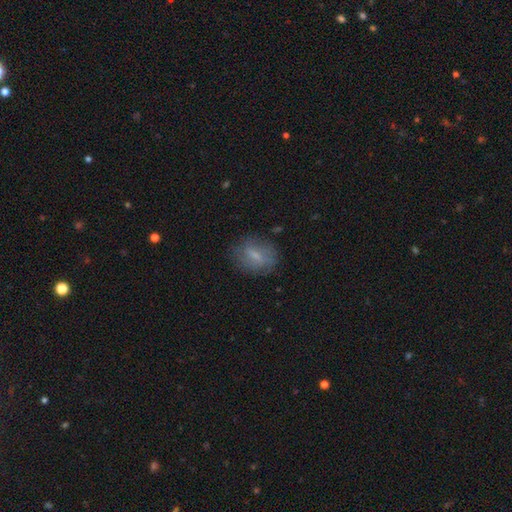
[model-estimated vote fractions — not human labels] Morphology: type=smooth (59%); roundness=in between (62%); merging=none (73%).